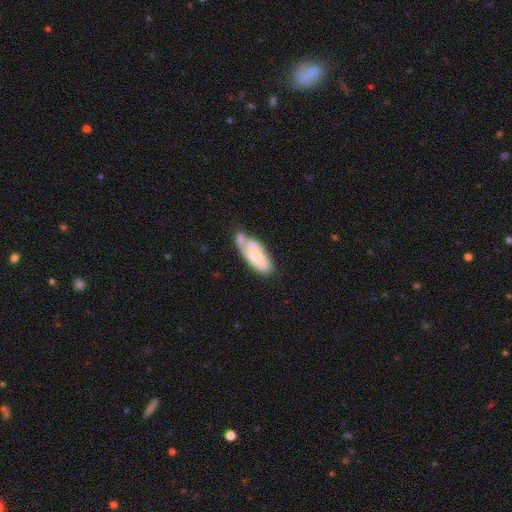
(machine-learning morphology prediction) This is likely a smooth galaxy (61%). How rounded: clearly in between (84%). Merging: marginally none (34%).